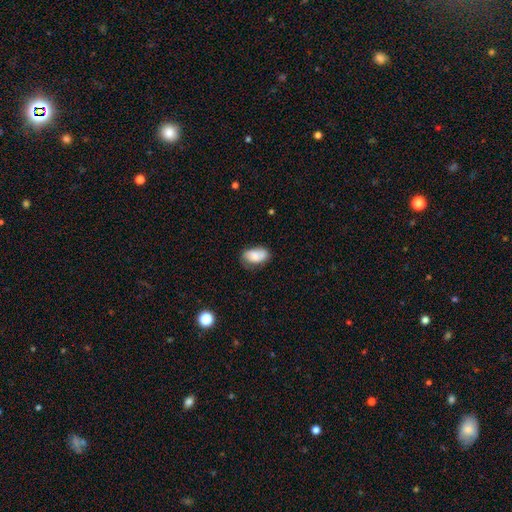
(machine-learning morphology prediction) Overall: smooth (71%). How rounded: in between (92%). Merging: none (64%; minor disturbance 27%).